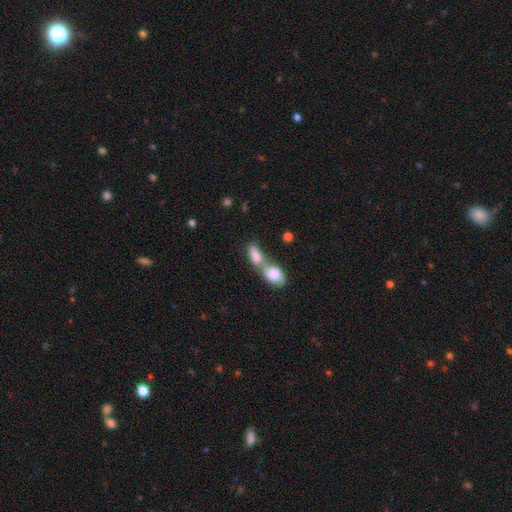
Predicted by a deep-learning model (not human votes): Smooth or featured? smooth (80%)
How rounded? in between (85%)
Merging? merger (77%)